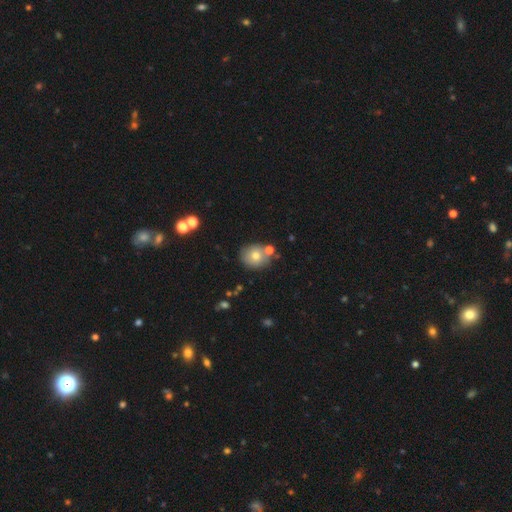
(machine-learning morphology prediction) A smooth galaxy with no disk features (72%) that is round (79%). Merging: none (71%).